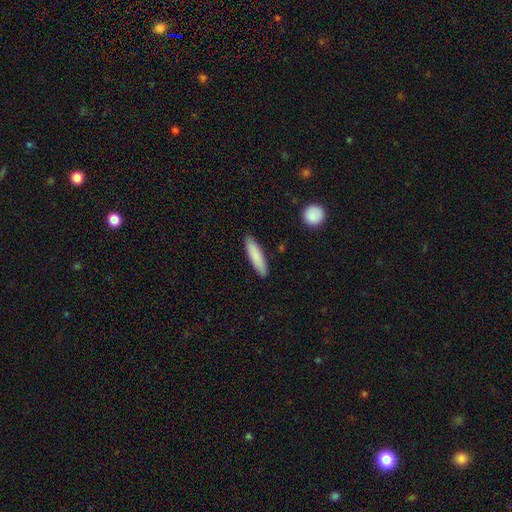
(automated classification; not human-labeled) Morphology: type=smooth (84%); roundness=cigar-shaped (77%); merging=none (88%).